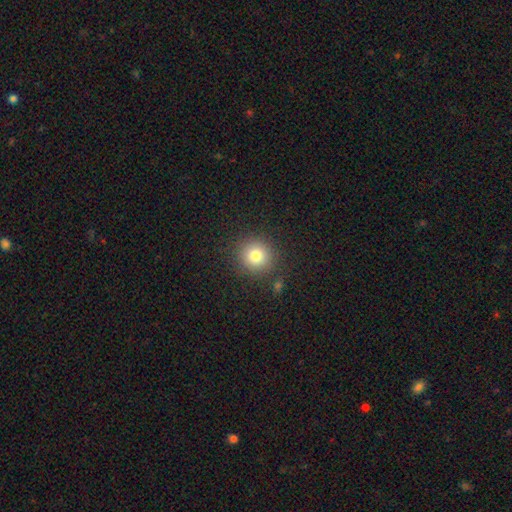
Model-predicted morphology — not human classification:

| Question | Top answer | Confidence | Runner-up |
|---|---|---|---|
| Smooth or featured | smooth | 80% | star or artifact (12%) |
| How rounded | round | 92% | in between (7%) |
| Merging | none | 88% | minor disturbance (7%) |